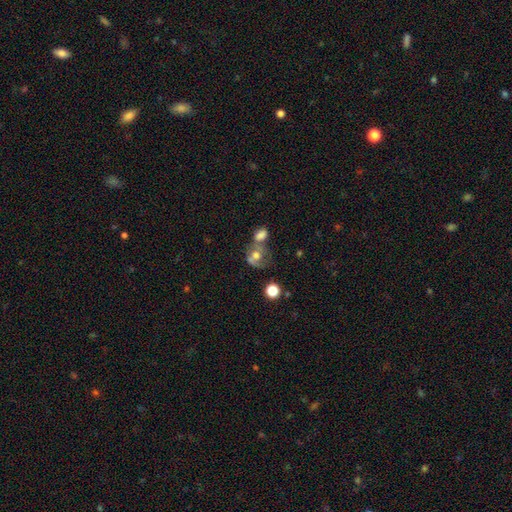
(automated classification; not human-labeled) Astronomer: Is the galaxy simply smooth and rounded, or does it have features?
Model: smooth — 56% (runner-up: featured or disk, 32%).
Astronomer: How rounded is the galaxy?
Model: round — 55% (runner-up: in between, 44%).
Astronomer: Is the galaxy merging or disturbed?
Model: merger — 48%.